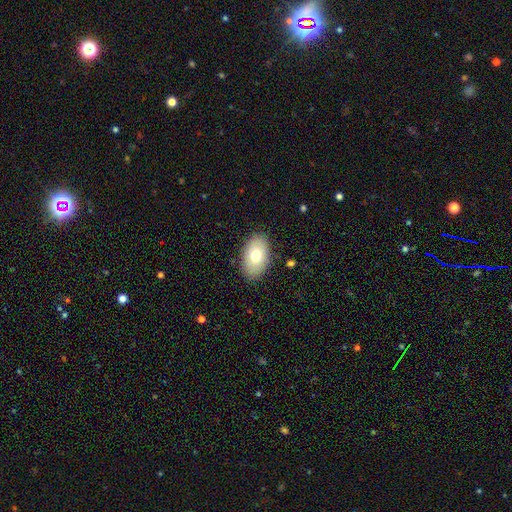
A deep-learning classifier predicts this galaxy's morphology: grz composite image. It shows a smooth galaxy with no disk features (72%) that is in between round and cigar-shaped (92%). Merging: none (86%).